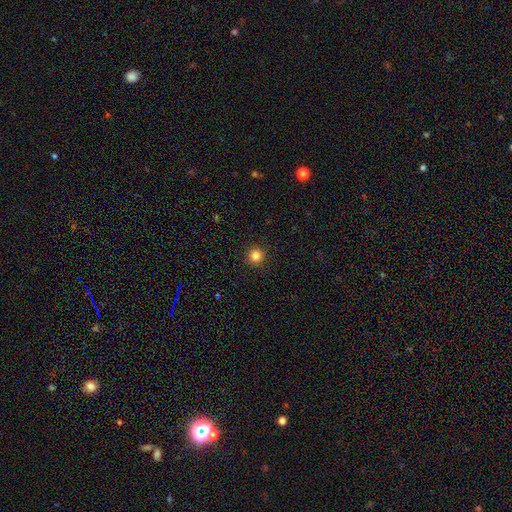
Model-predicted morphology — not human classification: A smooth galaxy with no disk features (84%) that is round (96%).

Vote fractions:
- Smooth or featured? smooth: 84% / star or artifact: 12% / featured or disk: 4%
- How rounded? round: 96% / in between: 4% / cigar-shaped: 1%
- Merging? none: 92% / minor disturbance: 5% / major disturbance: 2% / merger: 1%